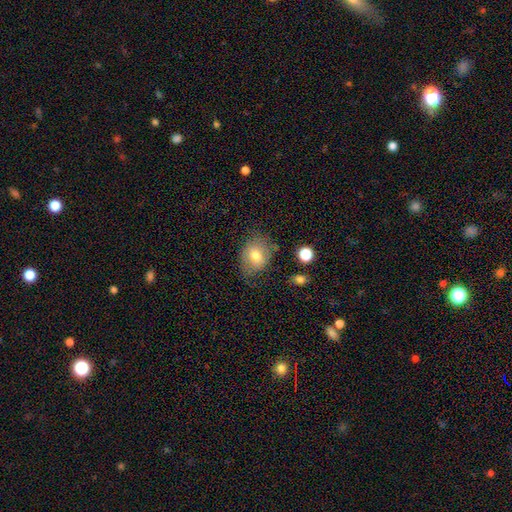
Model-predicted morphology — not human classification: type=smooth (72%); roundness=round (50%); merging=none (64%).